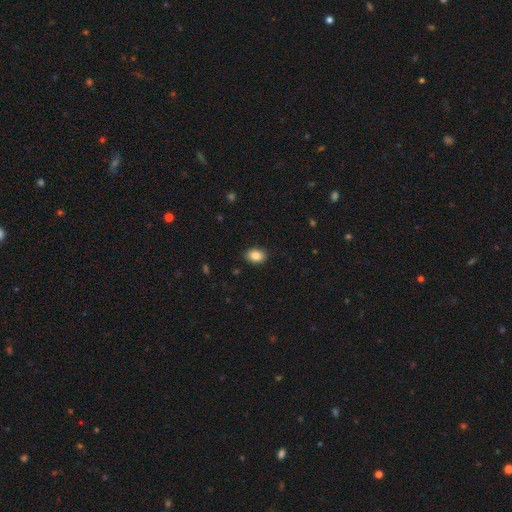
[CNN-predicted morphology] A smooth galaxy with no disk features (86%) that is in between round and cigar-shaped (73%). Merging: none (89%).